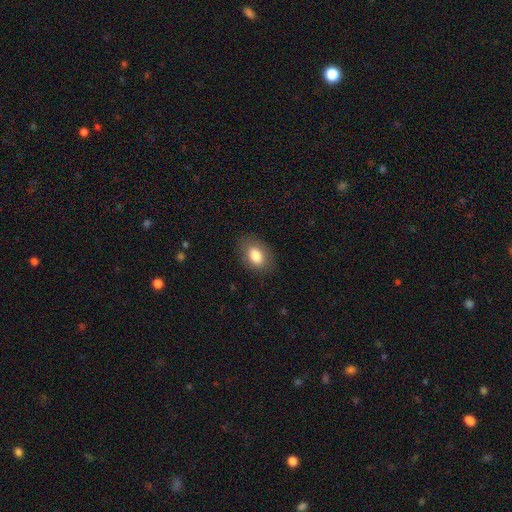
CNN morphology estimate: The model was most divided on "how rounded": in between: 84%, round: 15%, cigar-shaped: 1%. More confident: merging — none (83%); smooth or featured — smooth (82%).